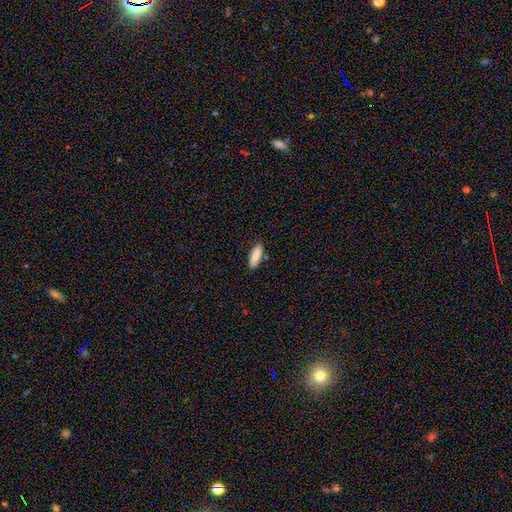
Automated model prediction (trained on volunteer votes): Smooth or featured? Predicted: smooth (p=0.89). How rounded? Predicted: in between (p=0.65). Merging? Predicted: none (p=0.85).